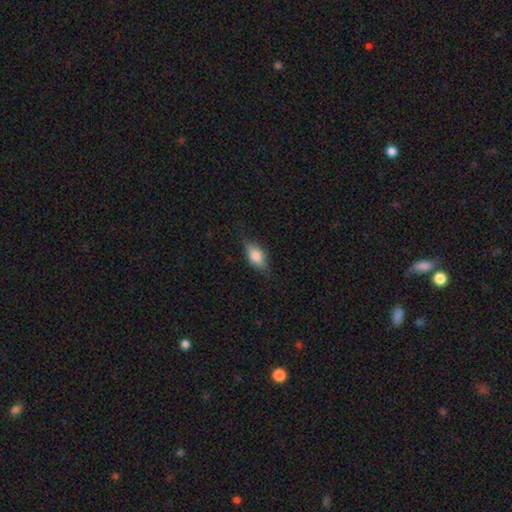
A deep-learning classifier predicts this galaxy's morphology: Smooth or featured?
  - smooth: 77% *
  - featured or disk: 15%
  - star or artifact: 7%
How rounded?
  - in between: 86% *
  - cigar-shaped: 9%
  - round: 5%
Merging?
  - none: 76% *
  - minor disturbance: 18%
  - major disturbance: 4%
  - merger: 1%